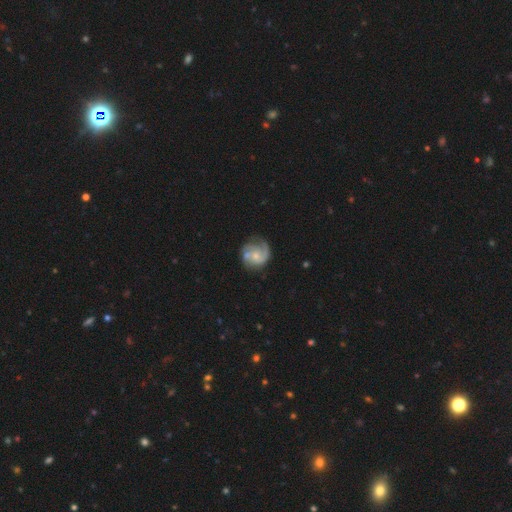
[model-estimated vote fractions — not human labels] This is likely a featured or disk galaxy (79%). It is clearly not viewed edge-on (98%). Bar: likely no (68%). Spiral arm pattern: clearly yes (94%). Spiral arm count: possibly 2 (45%). Spiral winding: marginally medium (44%). Central bulge: possibly small (57%). Merging: likely none (61%).